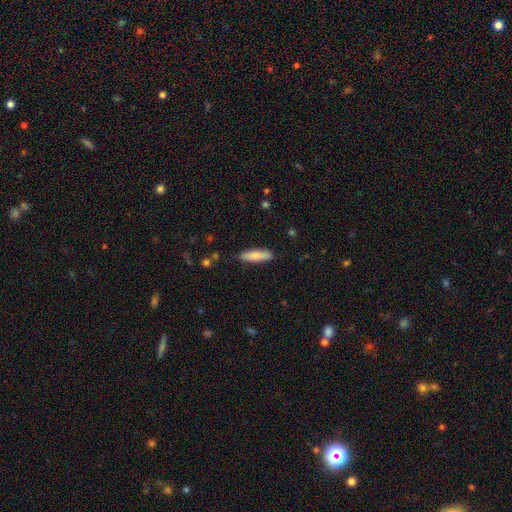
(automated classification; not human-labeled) This appears to be a smooth galaxy with no disk features (81%) that is cigar-shaped (60%). Merging: none (86%).